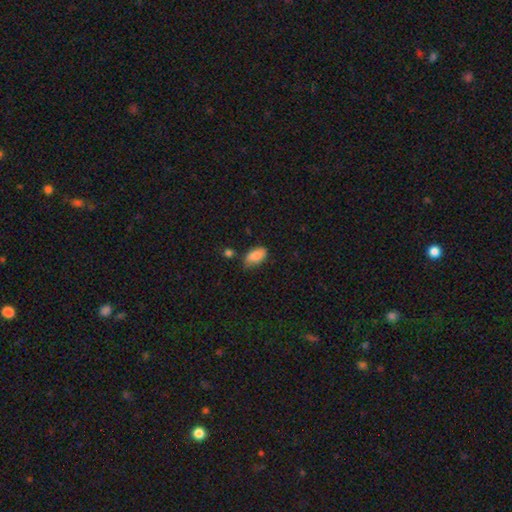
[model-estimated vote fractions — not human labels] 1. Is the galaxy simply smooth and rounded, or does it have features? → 87% smooth, 7% star or artifact, 6% featured or disk.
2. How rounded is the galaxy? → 93% in between, 4% round, 4% cigar-shaped.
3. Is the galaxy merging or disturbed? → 64% none, 27% minor disturbance, 5% major disturbance, 4% merger.